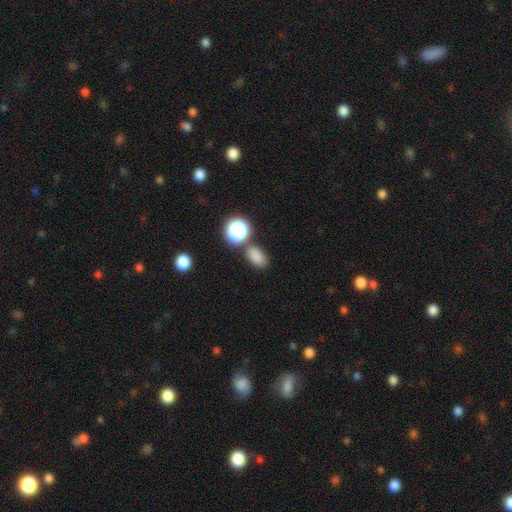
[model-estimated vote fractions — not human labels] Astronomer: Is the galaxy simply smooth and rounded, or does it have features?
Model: smooth — 81%.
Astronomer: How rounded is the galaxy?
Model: in between — 78%.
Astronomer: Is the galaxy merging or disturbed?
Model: none — 74%.